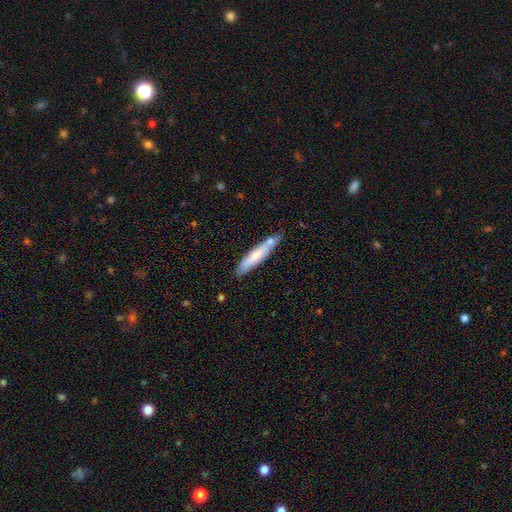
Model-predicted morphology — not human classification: The model was most divided on "smooth or featured": smooth: 63%, featured or disk: 31%, star or artifact: 6%. More confident: how rounded — cigar-shaped (86%); merging — none (68%).